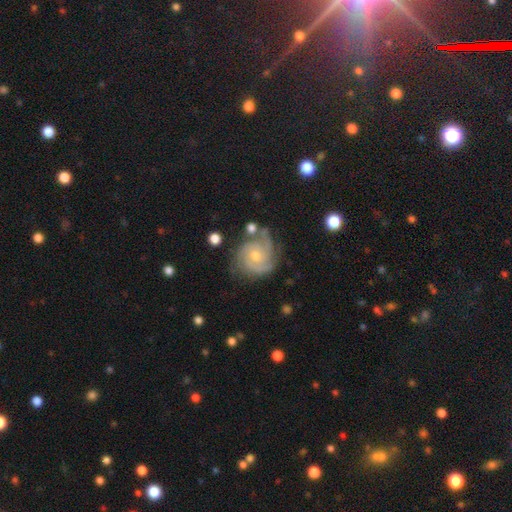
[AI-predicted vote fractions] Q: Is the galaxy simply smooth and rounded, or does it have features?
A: featured or disk — 87%.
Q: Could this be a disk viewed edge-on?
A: no — 98%.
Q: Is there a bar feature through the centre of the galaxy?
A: no — 70%.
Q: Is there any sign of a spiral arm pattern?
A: yes — 97%.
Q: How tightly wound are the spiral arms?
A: tight — 62%.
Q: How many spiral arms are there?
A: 3 — 42%.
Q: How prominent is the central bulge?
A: moderate — 52%.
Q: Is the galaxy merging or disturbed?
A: none — 66%.